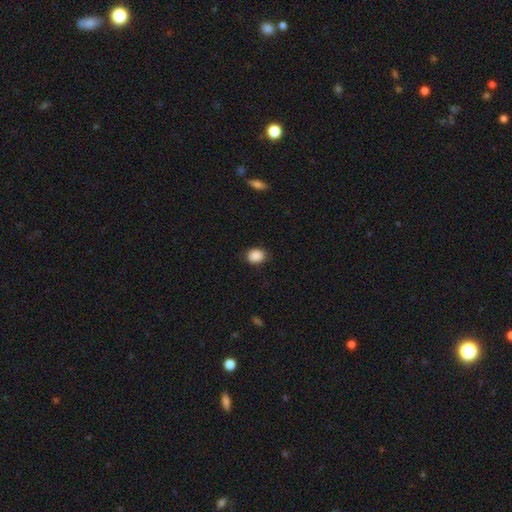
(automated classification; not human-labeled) A smooth galaxy with no disk features (89%) that is in between round and cigar-shaped (51%). Merging: none (83%).